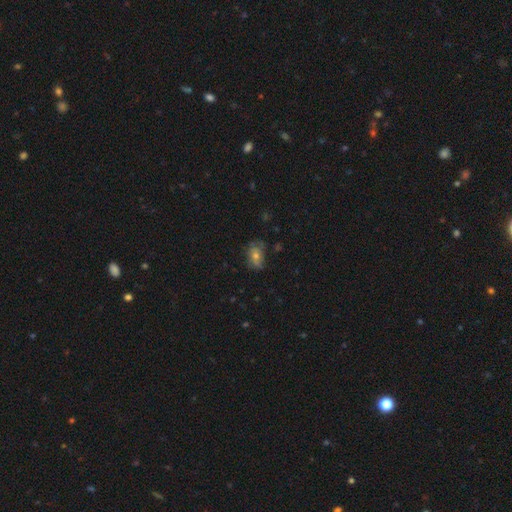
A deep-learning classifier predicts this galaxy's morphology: smooth_or_featured: smooth (p=0.51) [alt: featured or disk p=0.33]
how_rounded: in between (p=0.79) [alt: round p=0.18]
merging: none (p=0.61) [alt: minor disturbance p=0.27]